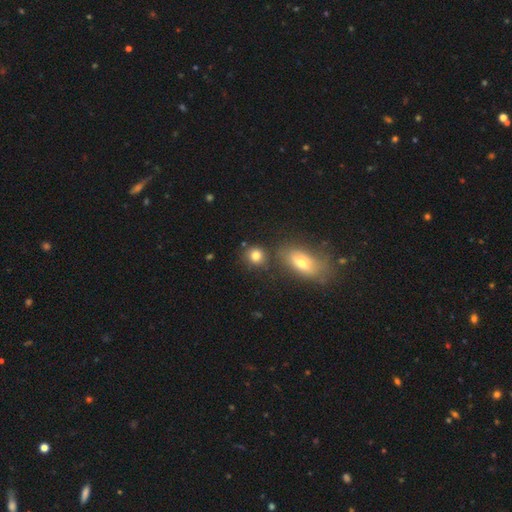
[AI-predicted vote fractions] A smooth galaxy with no disk features (81%) that is round (76%). Merging: none (73%).